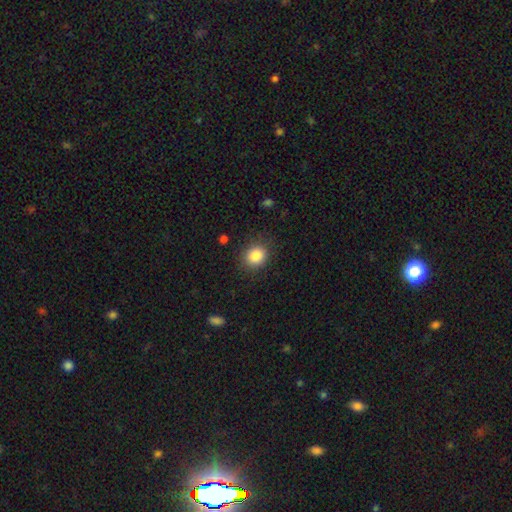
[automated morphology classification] A smooth galaxy with no disk features (85%) that is round (69%).

Vote fractions:
- Smooth or featured? smooth: 85% / star or artifact: 10% / featured or disk: 5%
- How rounded? round: 69% / in between: 30% / cigar-shaped: 1%
- Merging? none: 85% / minor disturbance: 10% / major disturbance: 3% / merger: 1%